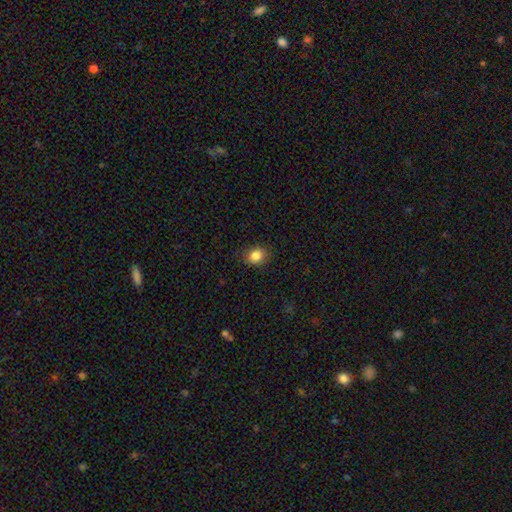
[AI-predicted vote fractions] Smooth or featured? Predicted: smooth (p=0.85). How rounded? Predicted: round (p=0.58). Merging? Predicted: none (p=0.86).